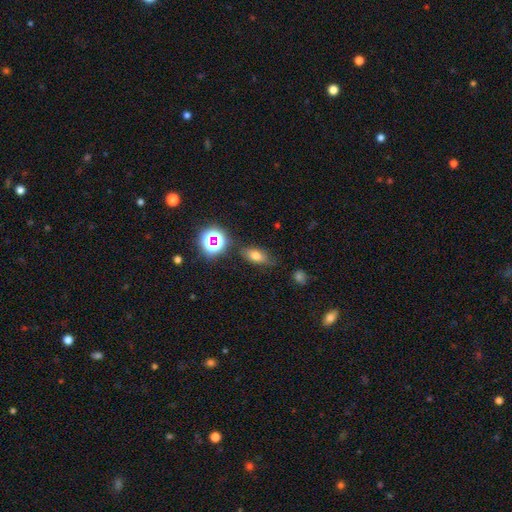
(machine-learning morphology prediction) Smooth or featured: smooth — 67% (star or artifact — 18%)
How rounded: in between — 76% (round — 13%)
Merging: none — 74% (minor disturbance — 18%)